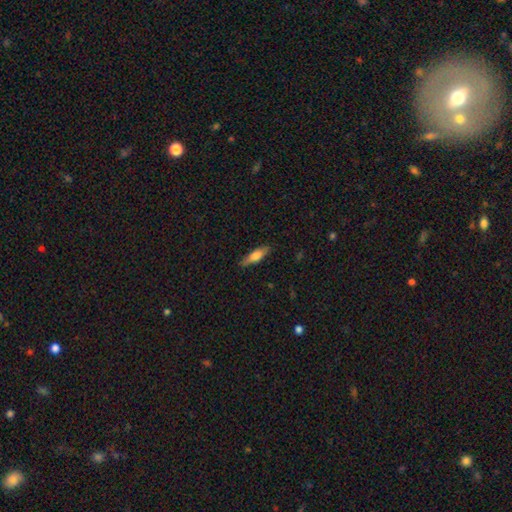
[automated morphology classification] Smooth or featured: smooth — 60% (featured or disk — 33%)
How rounded: cigar-shaped — 63% (in between — 35%)
Merging: none — 84% (minor disturbance — 12%)